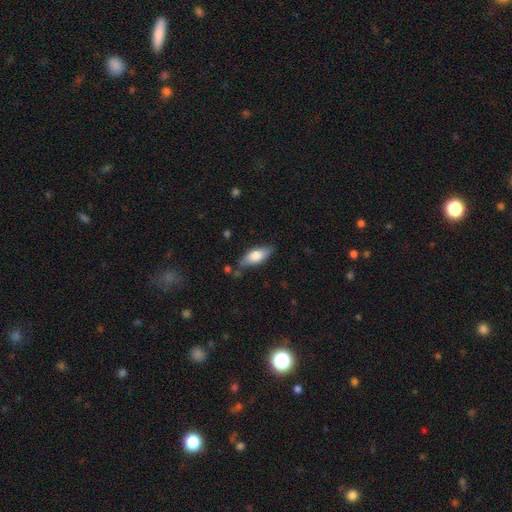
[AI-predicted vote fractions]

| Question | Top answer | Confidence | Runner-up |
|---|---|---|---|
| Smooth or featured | smooth | 77% | featured or disk (17%) |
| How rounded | in between | 78% | cigar-shaped (20%) |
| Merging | none | 72% | minor disturbance (20%) |